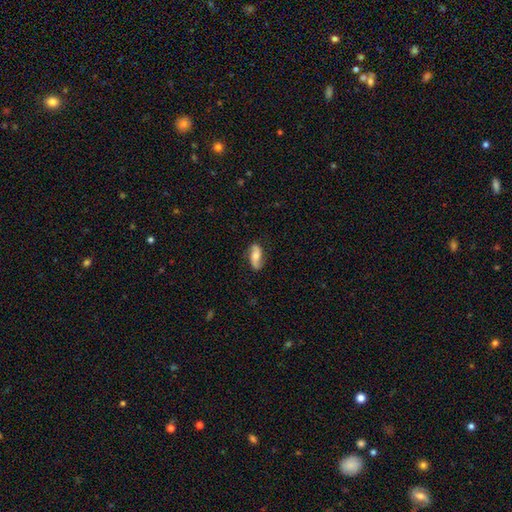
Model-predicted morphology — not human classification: smooth-or-featured: featured or disk: 54% | smooth: 39% | star or artifact: 7%
  disk-edge-on: no: 89% | yes: 11%
  merging: none: 79% | minor disturbance: 15% | major disturbance: 4% | merger: 1%